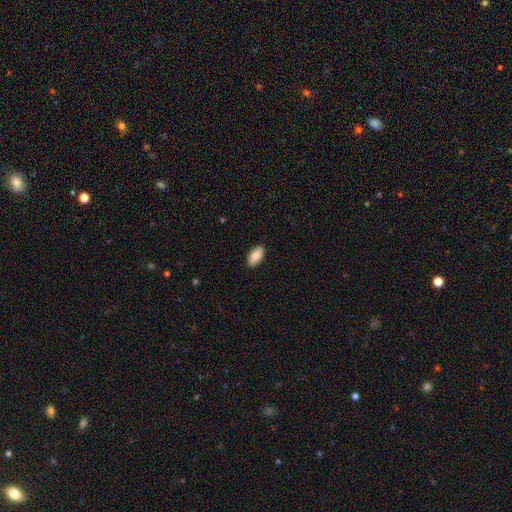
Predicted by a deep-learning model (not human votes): A smooth galaxy with no disk features (86%) that is in between round and cigar-shaped (91%). Merging: none (89%).